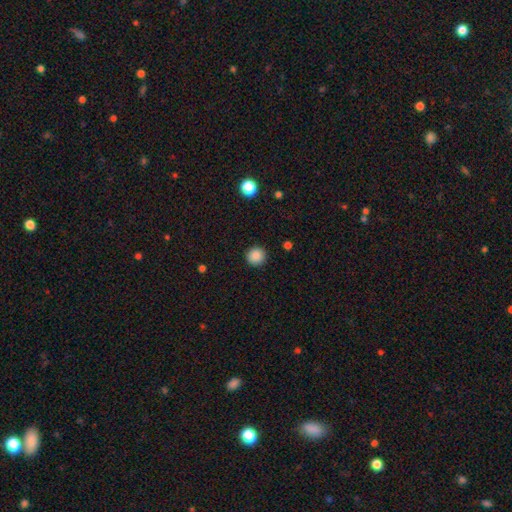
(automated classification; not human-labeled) smooth 87%, star or artifact 10%, featured or disk 3%. Down the decision tree: how rounded — round (95%); merging — none (92%).